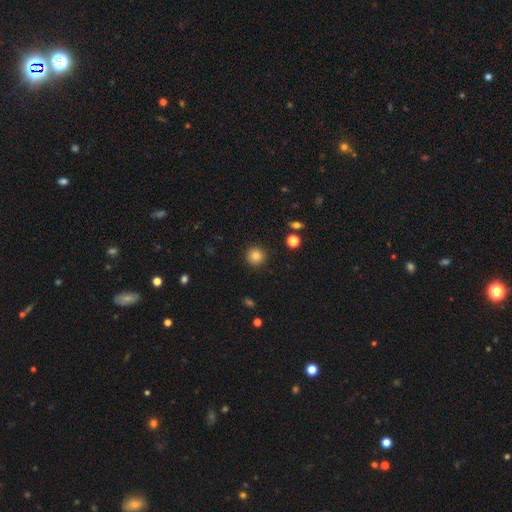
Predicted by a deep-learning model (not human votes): smooth 83%, star or artifact 11%, featured or disk 6%. Down the decision tree: how rounded — round (95%); merging — none (91%).